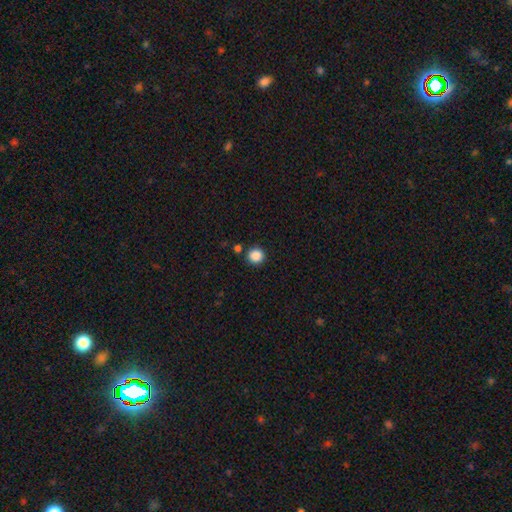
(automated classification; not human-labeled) Smooth or featured: smooth — 87% (star or artifact — 10%)
How rounded: round — 95% (in between — 5%)
Merging: none — 87% (minor disturbance — 7%)